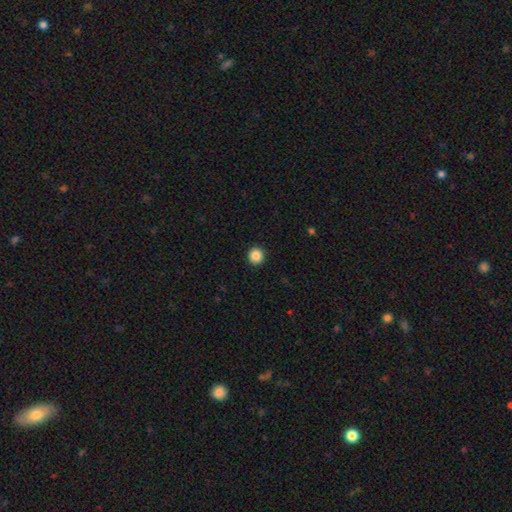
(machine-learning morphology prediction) smooth-or-featured: smooth: 87% | star or artifact: 9% | featured or disk: 4%
  how-rounded: round: 95% | in between: 4% | cigar-shaped: 1%
  merging: none: 93% | minor disturbance: 4% | major disturbance: 1% | merger: 1%